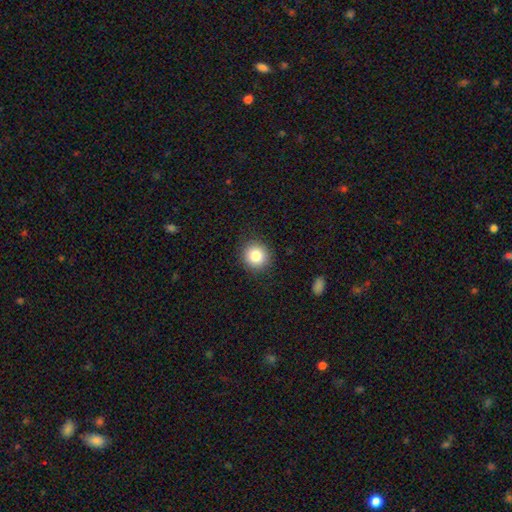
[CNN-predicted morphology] Smooth or featured? Predicted: smooth (p=0.83). How rounded? Predicted: round (p=0.92). Merging? Predicted: none (p=0.90).